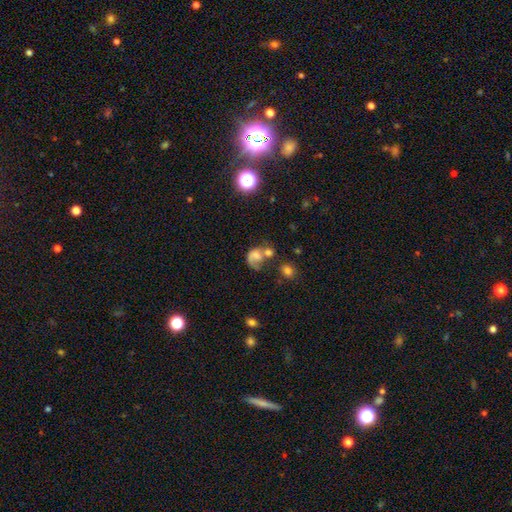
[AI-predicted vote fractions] Overall: featured or disk (52%; smooth 35%). Edge-on disk: no (97%). Bar: no (66%; weak 27%). Spiral arms: yes (73%). Bulge size: moderate (37%; small 27%). Merging: merger (37%; none 25%).